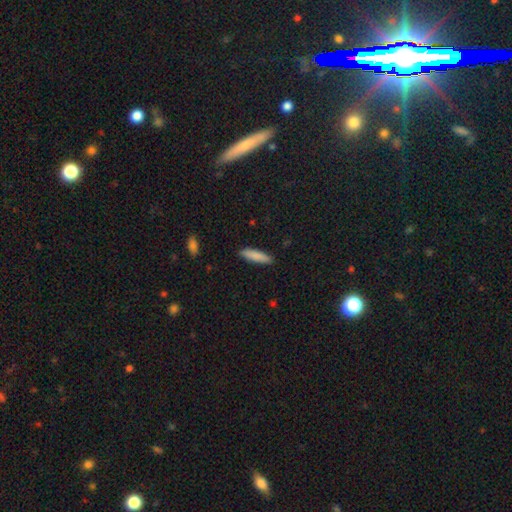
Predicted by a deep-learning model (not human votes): A smooth galaxy with no disk features (87%) that is cigar-shaped (75%).

Vote fractions:
- Smooth or featured? smooth: 87% / featured or disk: 8% / star or artifact: 6%
- How rounded? cigar-shaped: 75% / in between: 24% / round: 1%
- Merging? none: 90% / minor disturbance: 8% / major disturbance: 2% / merger: 1%